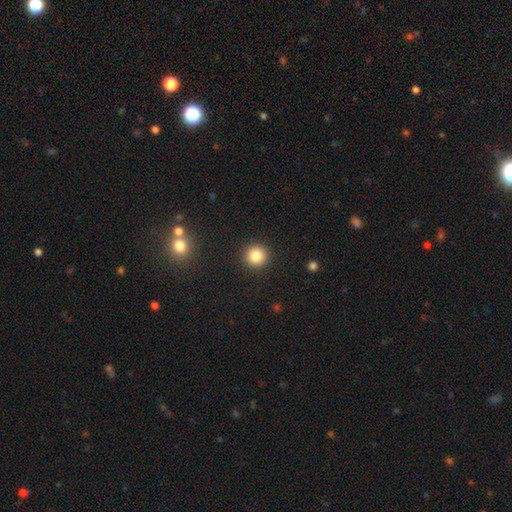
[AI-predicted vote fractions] Smooth or featured: smooth — 83% (star or artifact — 11%)
How rounded: round — 95% (in between — 5%)
Merging: none — 91% (minor disturbance — 5%)